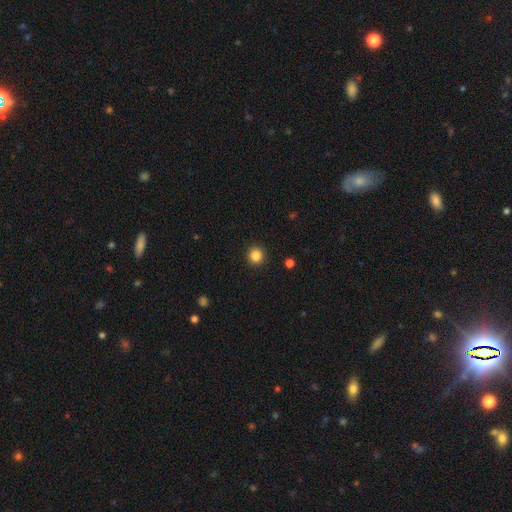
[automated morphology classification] The model was most divided on "smooth or featured": smooth: 85%, star or artifact: 11%, featured or disk: 4%. More confident: how rounded — round (93%); merging — none (92%).